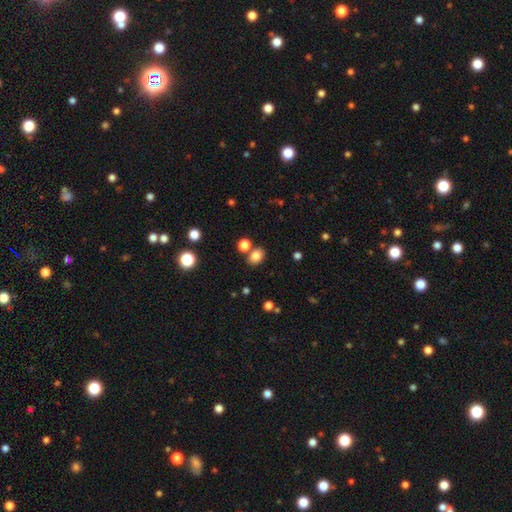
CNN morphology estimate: smooth_or_featured: smooth (p=0.82) [alt: star or artifact p=0.12]
how_rounded: in between (p=0.58) [alt: round p=0.41]
merging: none (p=0.73) [alt: merger p=0.14]